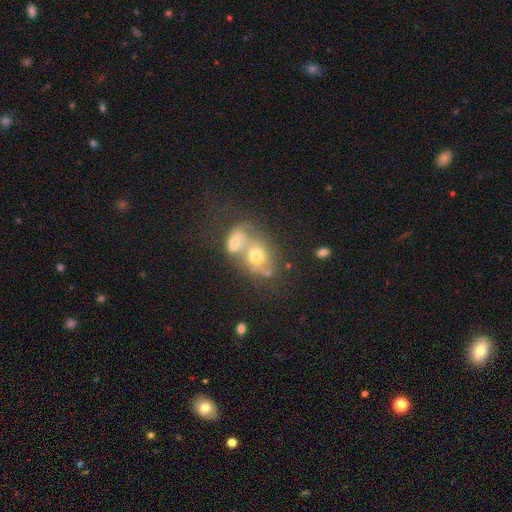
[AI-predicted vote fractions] Smooth or featured?
  - smooth: 45% *
  - featured or disk: 43%
  - star or artifact: 13%
Merging?
  - merger: 71% *
  - none: 16%
  - minor disturbance: 7%
  - major disturbance: 6%